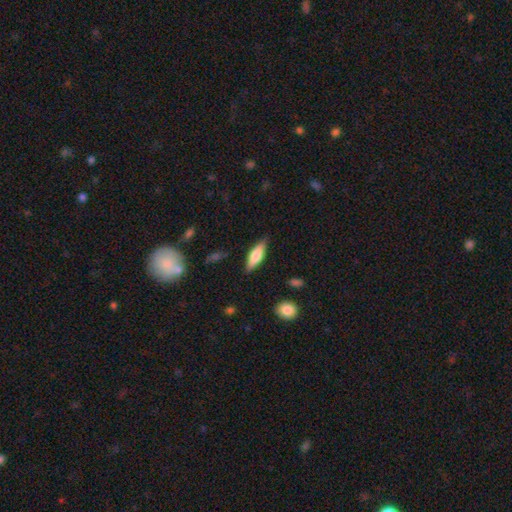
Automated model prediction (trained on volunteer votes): Smooth or featured? Predicted: smooth (p=0.63). How rounded? Predicted: in between (p=0.50). Merging? Predicted: none (p=0.84).